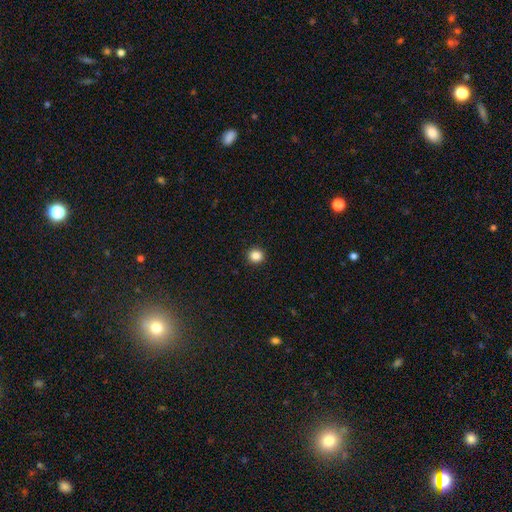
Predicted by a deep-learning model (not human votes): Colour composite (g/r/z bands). It shows a smooth galaxy with no disk features (86%) that is round (93%). Merging: none (93%).